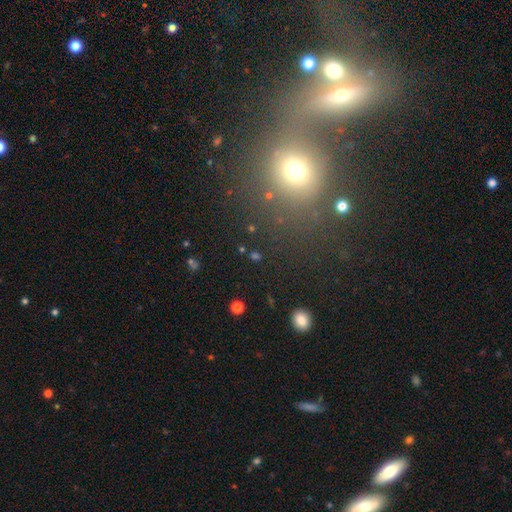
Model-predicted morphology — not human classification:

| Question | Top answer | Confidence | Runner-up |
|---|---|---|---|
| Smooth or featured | smooth | 51% | star or artifact (38%) |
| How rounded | round | 72% | in between (25%) |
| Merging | none | 83% | minor disturbance (8%) |